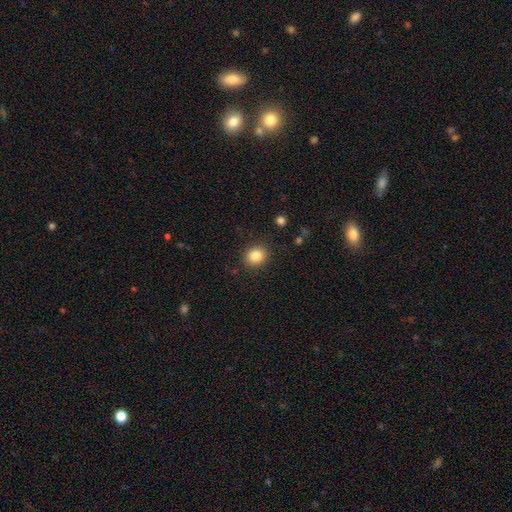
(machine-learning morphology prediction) type=smooth (84%); roundness=round (73%); merging=none (87%).